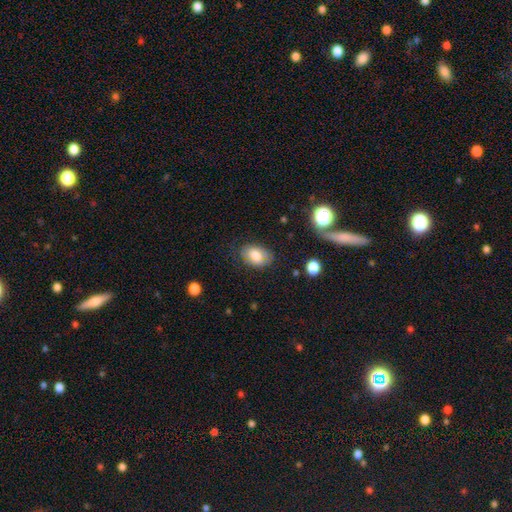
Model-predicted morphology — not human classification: smooth 78%, featured or disk 13%, star or artifact 9%. Down the decision tree: how rounded — in between (88%); merging — none (74%).